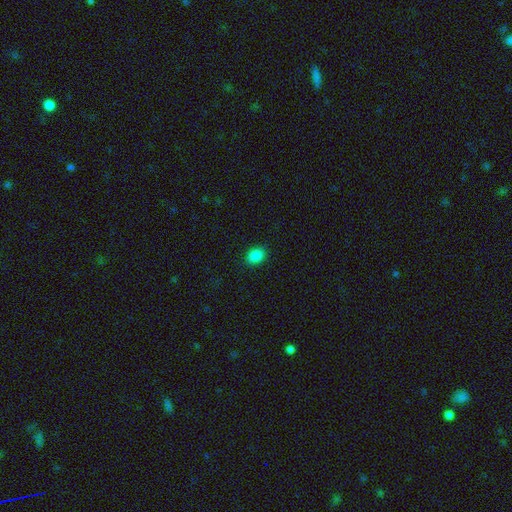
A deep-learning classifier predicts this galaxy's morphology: type=smooth (86%); roundness=in between (56%); merging=none (90%).